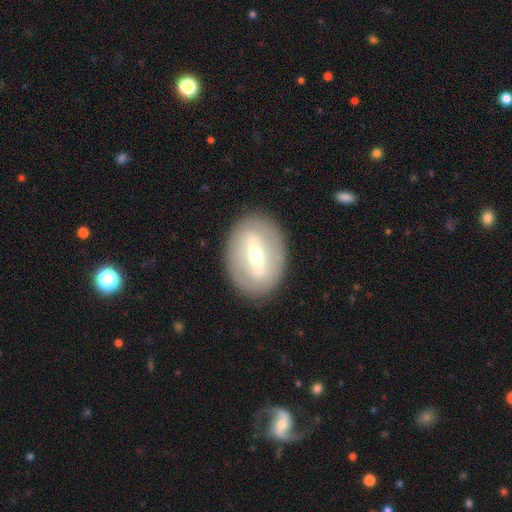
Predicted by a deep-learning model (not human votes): smooth-or-featured: featured or disk: 69% | smooth: 25% | star or artifact: 6%
  disk-edge-on: no: 87% | yes: 13%
    bar: strong: 67% | weak: 24% | no: 9%
    has-spiral-arms: no: 75% | yes: 25%
    bulge-size: moderate: 57% | small: 37% | large: 4% | dominant: 1% | none: 1%
  merging: none: 87% | minor disturbance: 9% | major disturbance: 3% | merger: 1%